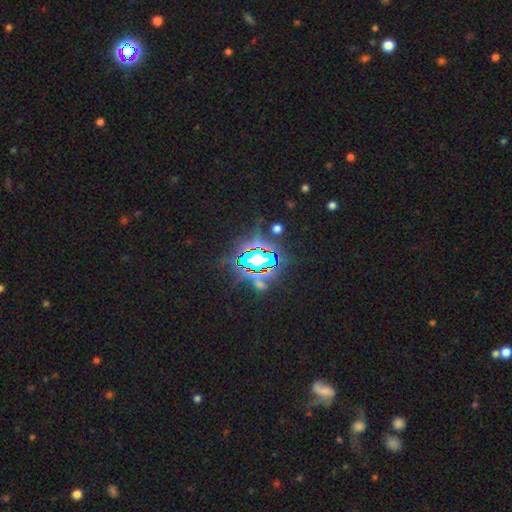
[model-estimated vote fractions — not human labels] The model was most divided on "smooth or featured": star or artifact: 75%, smooth: 14%, featured or disk: 11%.